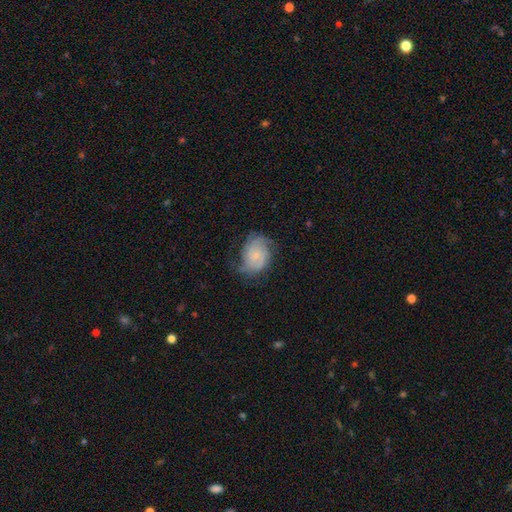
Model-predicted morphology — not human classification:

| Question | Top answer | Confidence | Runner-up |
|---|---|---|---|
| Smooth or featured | featured or disk | 72% | smooth (21%) |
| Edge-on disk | no | 98% | yes (2%) |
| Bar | no | 71% | weak (25%) |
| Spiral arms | yes | 94% | no (6%) |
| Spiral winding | tight | 53% | medium (36%) |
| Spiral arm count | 2 | 37% | can't tell (26%) |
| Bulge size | small | 70% | moderate (16%) |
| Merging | none | 62% | minor disturbance (24%) |